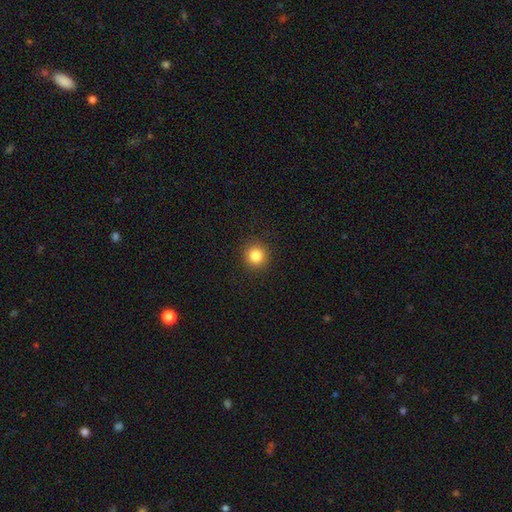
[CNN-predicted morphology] Overall: smooth (84%). How rounded: round (94%). Merging: none (92%).